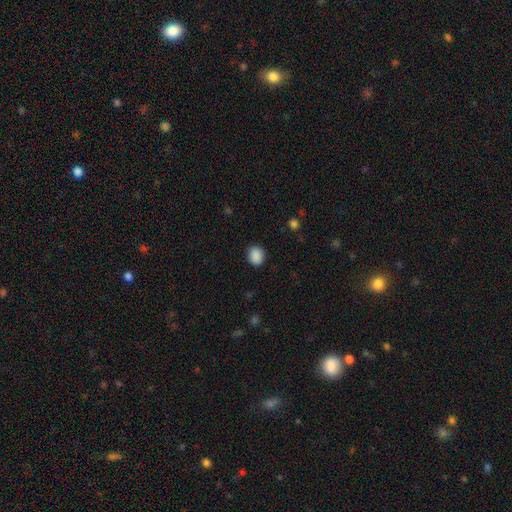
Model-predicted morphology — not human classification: Overall: smooth (89%). How rounded: round (61%; in between 38%). Merging: none (88%).